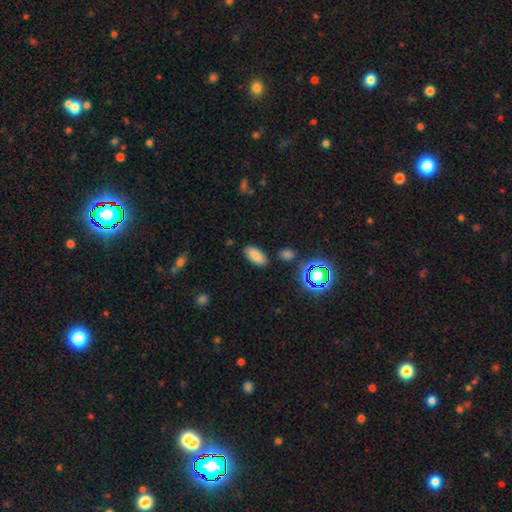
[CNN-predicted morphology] A smooth galaxy with no disk features (80%) that is in between round and cigar-shaped (89%). Merging: none (85%).